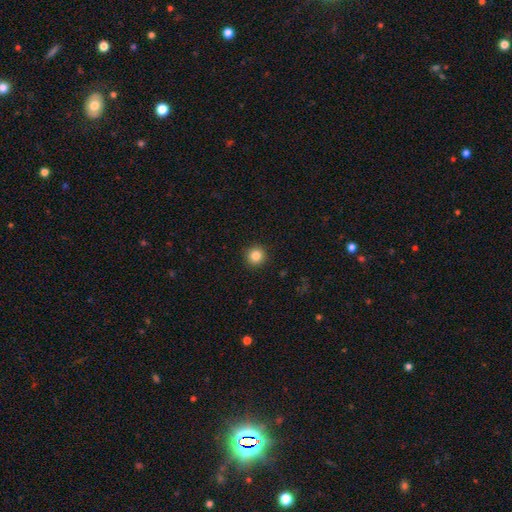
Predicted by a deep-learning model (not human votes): The model was most divided on "smooth or featured": smooth: 85%, star or artifact: 11%, featured or disk: 4%. More confident: how rounded — round (95%); merging — none (92%).